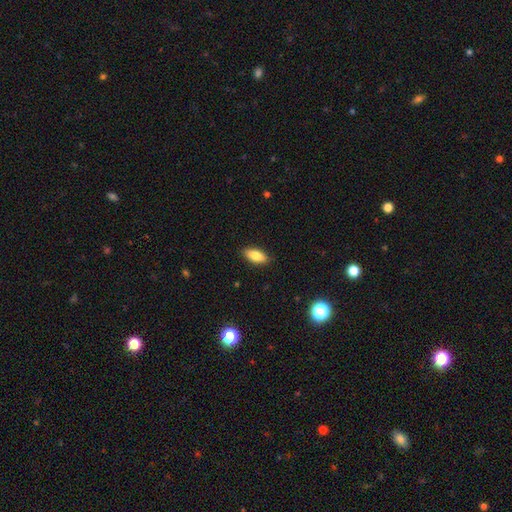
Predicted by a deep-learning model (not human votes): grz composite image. It shows a smooth galaxy with no disk features (82%) that is in between round and cigar-shaped (83%). Merging: none (88%).